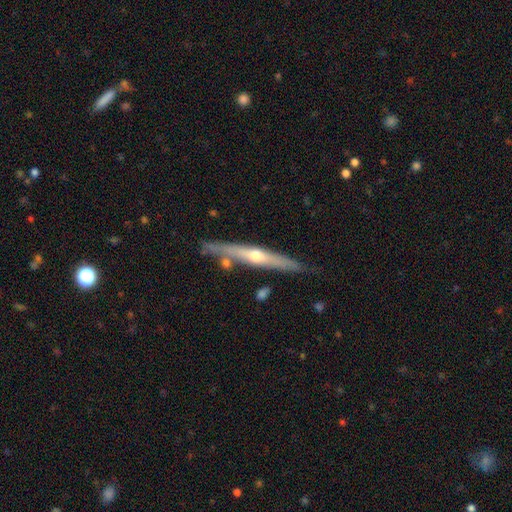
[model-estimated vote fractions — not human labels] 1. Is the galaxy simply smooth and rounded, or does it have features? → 68% featured or disk, 26% smooth, 6% star or artifact.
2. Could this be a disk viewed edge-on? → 94% yes, 6% no.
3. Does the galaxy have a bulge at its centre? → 85% rounded, 13% none, 3% boxy.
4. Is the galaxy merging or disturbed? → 79% none, 13% minor disturbance, 5% merger, 3% major disturbance.